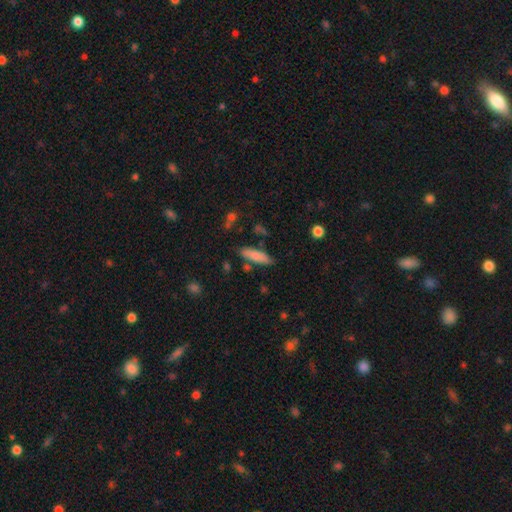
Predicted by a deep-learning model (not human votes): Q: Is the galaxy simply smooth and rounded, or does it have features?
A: smooth — 78%.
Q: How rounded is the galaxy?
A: cigar-shaped — 51%.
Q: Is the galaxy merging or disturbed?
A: none — 77%.